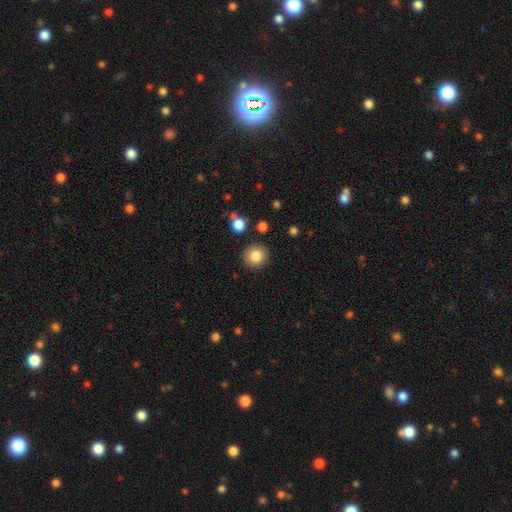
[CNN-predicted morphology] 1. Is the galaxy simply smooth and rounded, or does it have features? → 84% smooth, 9% star or artifact, 6% featured or disk.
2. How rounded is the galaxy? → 91% round, 8% in between, 1% cigar-shaped.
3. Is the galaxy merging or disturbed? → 89% none, 7% minor disturbance, 2% merger, 2% major disturbance.